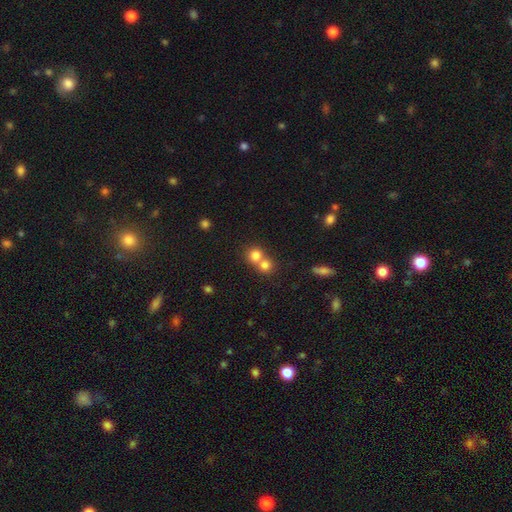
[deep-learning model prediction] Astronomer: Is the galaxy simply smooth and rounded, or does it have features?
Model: smooth — 79%.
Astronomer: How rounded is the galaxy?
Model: round — 84%.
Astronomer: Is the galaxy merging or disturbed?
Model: merger — 53% (runner-up: none, 40%).